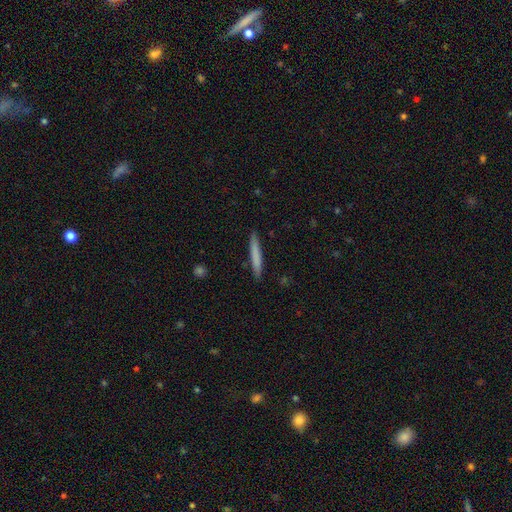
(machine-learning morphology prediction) Smooth or featured? smooth (75%)
How rounded? cigar-shaped (96%)
Merging? none (89%)